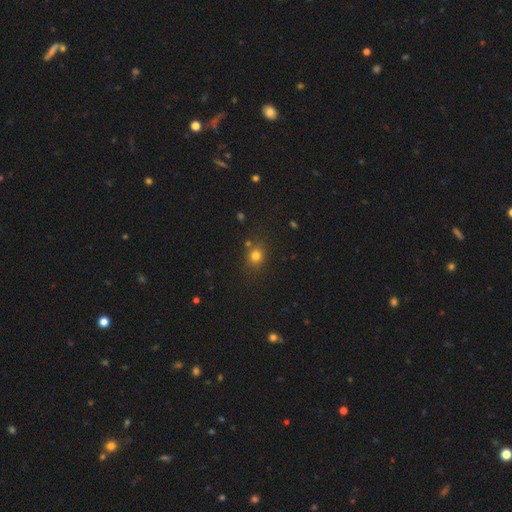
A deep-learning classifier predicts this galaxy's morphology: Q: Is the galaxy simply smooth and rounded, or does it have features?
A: smooth — 77%.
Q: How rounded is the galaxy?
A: round — 72%.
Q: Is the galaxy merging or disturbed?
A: none — 78%.